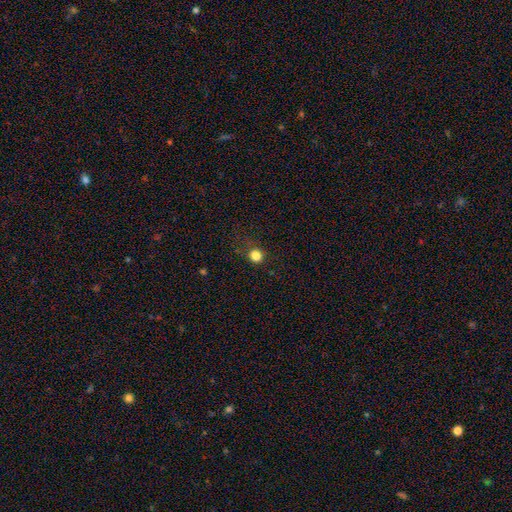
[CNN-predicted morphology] Overall: smooth (83%). How rounded: round (81%). Merging: none (79%).